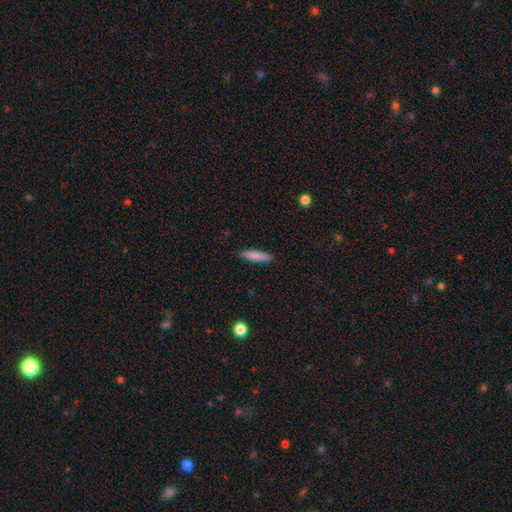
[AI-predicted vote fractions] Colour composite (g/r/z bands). It shows a smooth galaxy with no disk features (83%) that is cigar-shaped (84%). Merging: none (89%).